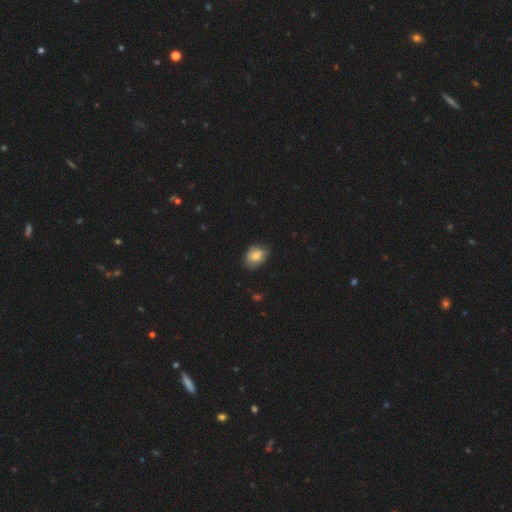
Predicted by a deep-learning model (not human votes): Smooth or featured? smooth (75%)
How rounded? in between (64%)
Merging? none (62%)